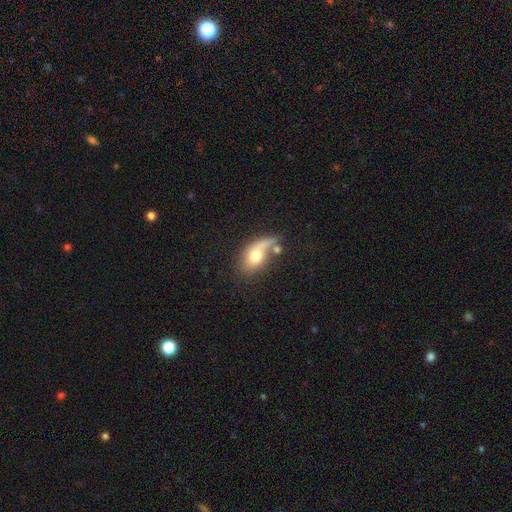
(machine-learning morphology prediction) Smooth or featured: smooth — 65% (featured or disk — 27%)
How rounded: in between — 75% (round — 19%)
Merging: merger — 30% (none — 28%)